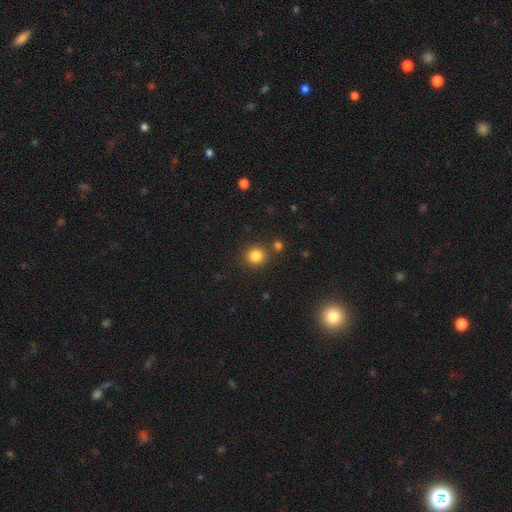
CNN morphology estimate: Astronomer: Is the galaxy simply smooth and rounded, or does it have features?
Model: smooth — 84%.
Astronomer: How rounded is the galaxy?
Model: round — 89%.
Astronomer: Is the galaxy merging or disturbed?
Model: none — 83%.